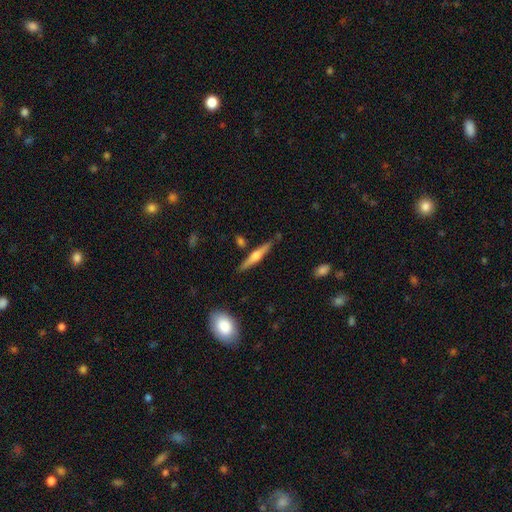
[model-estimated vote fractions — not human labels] Overall: featured or disk (63%; smooth 31%). Edge-on disk: yes (97%). Edge-on bulge: rounded (88%). Merging: none (84%).